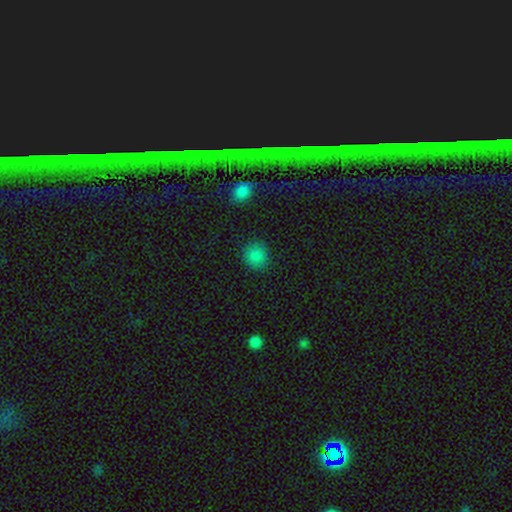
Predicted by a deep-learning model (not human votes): This is clearly a smooth galaxy (84%). How rounded: clearly round (90%). Merging: clearly none (89%).